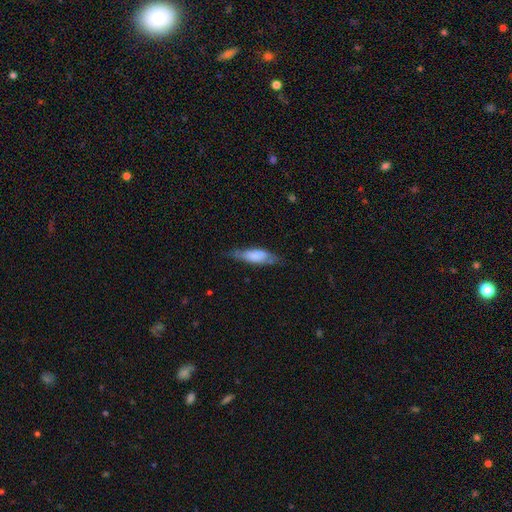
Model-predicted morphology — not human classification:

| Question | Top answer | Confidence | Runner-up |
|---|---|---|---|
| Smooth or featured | smooth | 63% | featured or disk (30%) |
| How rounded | in between | 52% | cigar-shaped (46%) |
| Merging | none | 60% | minor disturbance (28%) |